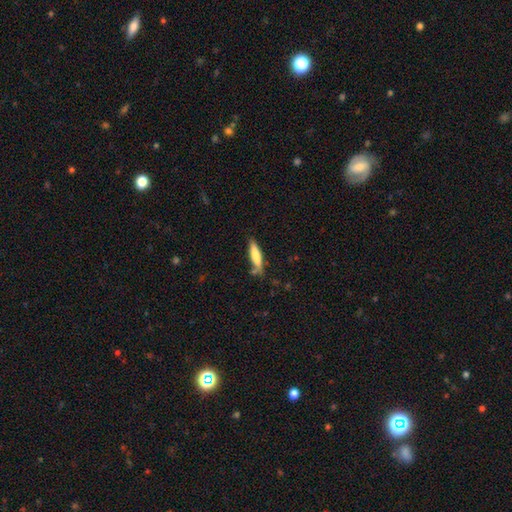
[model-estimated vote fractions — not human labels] Smooth or featured? smooth (75%)
How rounded? cigar-shaped (78%)
Merging? none (68%)